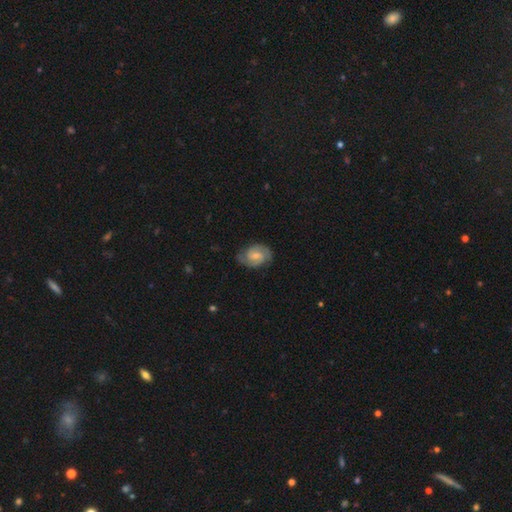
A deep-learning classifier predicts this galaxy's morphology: Smooth or featured: featured or disk — 75% (smooth — 19%)
Edge-on disk: no — 97% (yes — 3%)
Bar: weak — 50% (no — 41%)
Spiral arms: yes — 95% (no — 5%)
Spiral winding: medium — 48% (tight — 40%)
Spiral arm count: 2 — 86% (can't tell — 7%)
Bulge size: small — 47% (moderate — 40%)
Merging: none — 76% (minor disturbance — 18%)